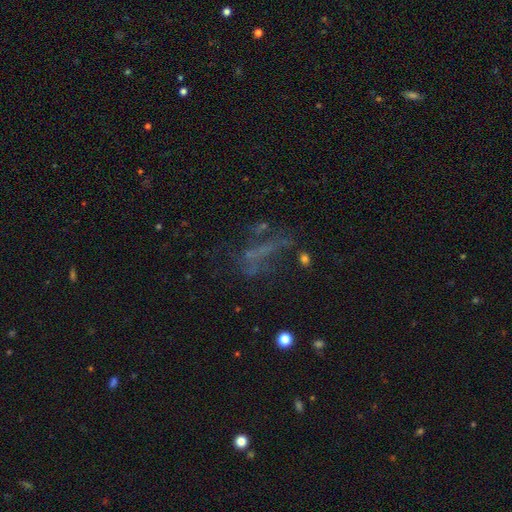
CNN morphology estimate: This is marginally a featured or disk galaxy (38%). Merging: marginally none (40%).